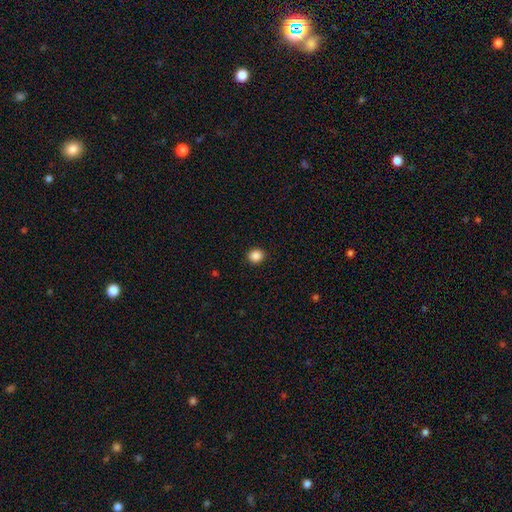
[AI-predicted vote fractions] Q: Smooth or featured?
A: smooth (87%); runner-up: star or artifact (10%)
Q: How rounded?
A: round (80%); runner-up: in between (19%)
Q: Merging?
A: none (91%); runner-up: minor disturbance (6%)